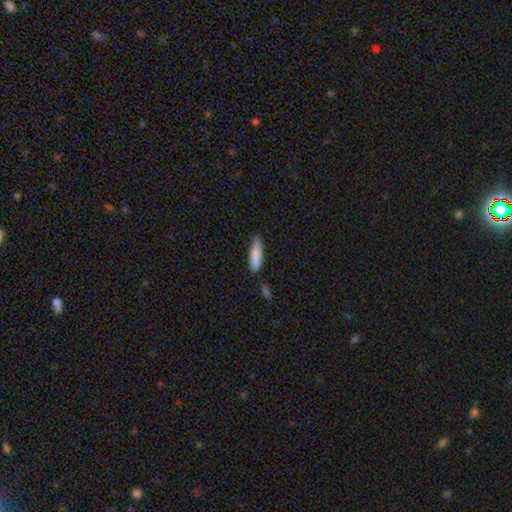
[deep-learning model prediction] Q: Smooth or featured?
A: smooth (85%); runner-up: featured or disk (9%)
Q: How rounded?
A: cigar-shaped (62%); runner-up: in between (37%)
Q: Merging?
A: none (74%); runner-up: minor disturbance (18%)